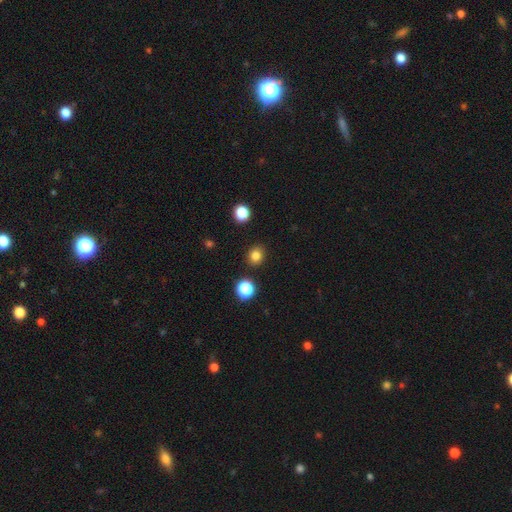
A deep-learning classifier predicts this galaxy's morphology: Smooth or featured?
  - smooth: 81% *
  - star or artifact: 14%
  - featured or disk: 5%
How rounded?
  - round: 76% *
  - in between: 23%
  - cigar-shaped: 1%
Merging?
  - none: 89% *
  - minor disturbance: 7%
  - major disturbance: 2%
  - merger: 2%